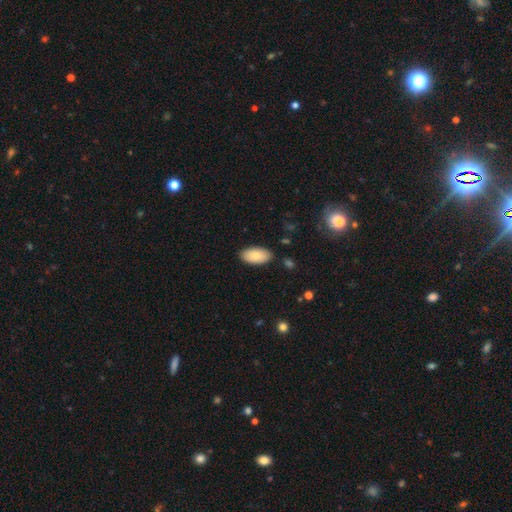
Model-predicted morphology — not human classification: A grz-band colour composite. It shows a smooth galaxy with no disk features (85%) that is in between round and cigar-shaped (95%). Merging: none (86%).